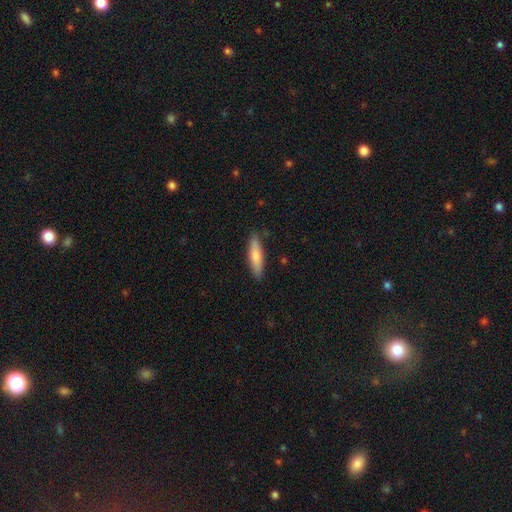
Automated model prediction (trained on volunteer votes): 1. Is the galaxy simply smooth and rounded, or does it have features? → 76% smooth, 19% featured or disk, 5% star or artifact.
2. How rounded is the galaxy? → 68% cigar-shaped, 30% in between, 2% round.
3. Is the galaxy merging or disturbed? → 86% none, 11% minor disturbance, 2% major disturbance, 1% merger.